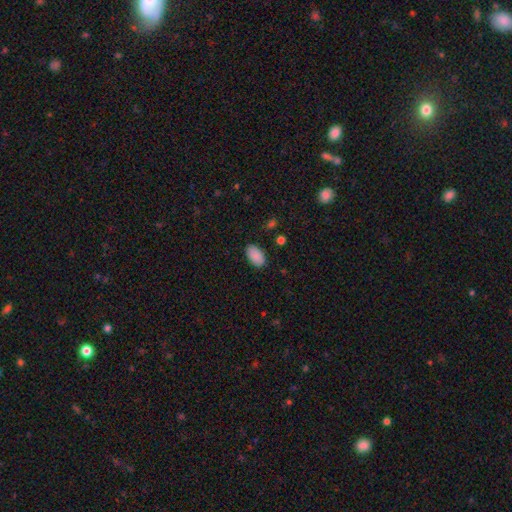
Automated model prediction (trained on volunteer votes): This appears to be a smooth galaxy with no disk features (89%) that is in between round and cigar-shaped (94%). Merging: none (86%).